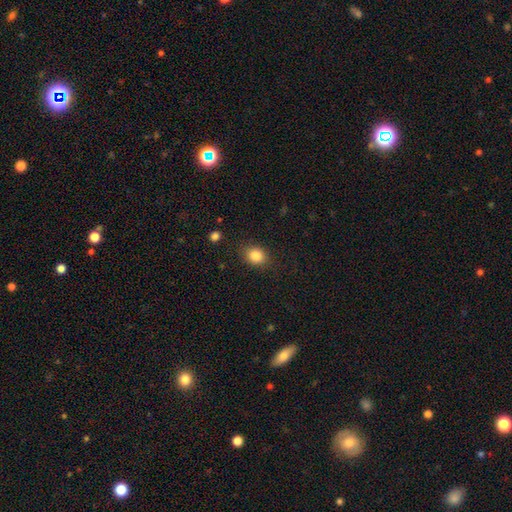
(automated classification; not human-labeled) A smooth galaxy with no disk features (85%) that is round (61%).

Vote fractions:
- Smooth or featured? smooth: 85% / star or artifact: 10% / featured or disk: 5%
- How rounded? round: 61% / in between: 38% / cigar-shaped: 1%
- Merging? none: 85% / minor disturbance: 11% / major disturbance: 3% / merger: 1%